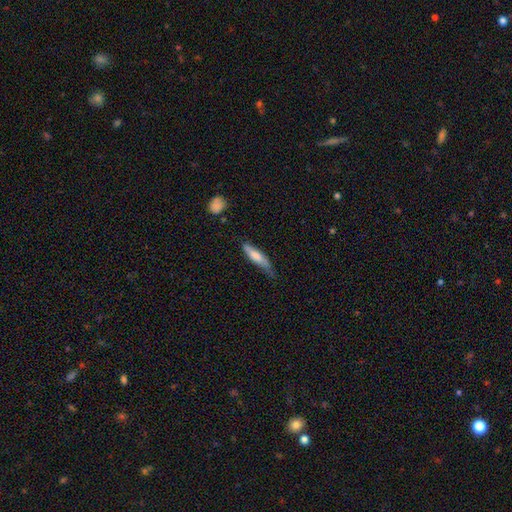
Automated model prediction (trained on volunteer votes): This appears to be a smooth galaxy with no disk features (71%) that is cigar-shaped (74%). Merging: none (50%).